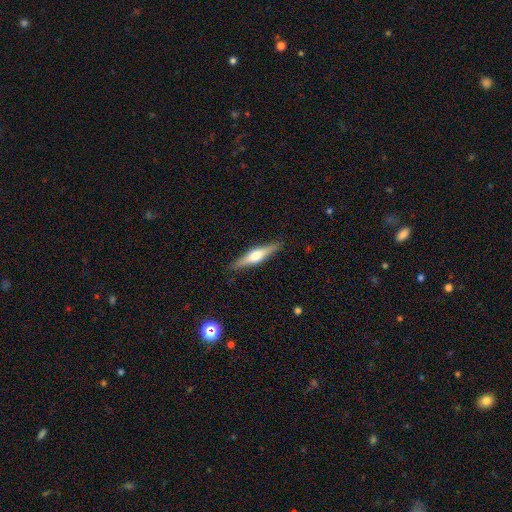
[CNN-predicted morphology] A featured or disk galaxy (59%) viewed edge-on (96%) with a rounded central bulge (90%).

Vote fractions:
- Smooth or featured? featured or disk: 59% / smooth: 36% / star or artifact: 6%
- Edge-on disk? yes: 96% / no: 4%
- Edge-on bulge? rounded: 90% / boxy: 7% / none: 3%
- Merging? none: 89% / minor disturbance: 8% / major disturbance: 2% / merger: 1%